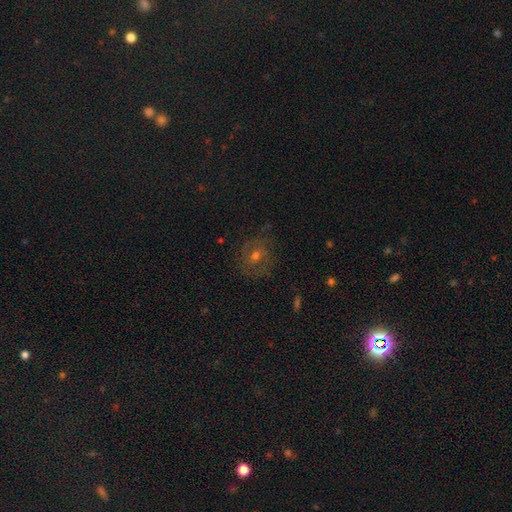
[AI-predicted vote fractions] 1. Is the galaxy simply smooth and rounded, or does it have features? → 51% featured or disk, 29% smooth, 20% star or artifact.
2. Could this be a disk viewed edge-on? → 96% no, 4% yes.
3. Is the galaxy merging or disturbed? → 76% none, 14% minor disturbance, 8% major disturbance, 1% merger.